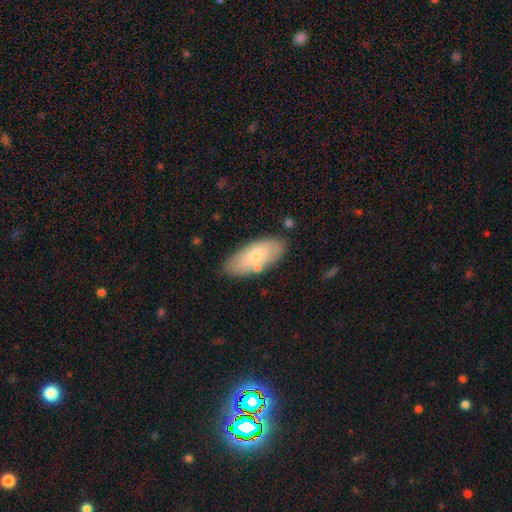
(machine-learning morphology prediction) Smooth or featured? Predicted: smooth (p=0.68). How rounded? Predicted: in between (p=0.87). Merging? Predicted: none (p=0.79).